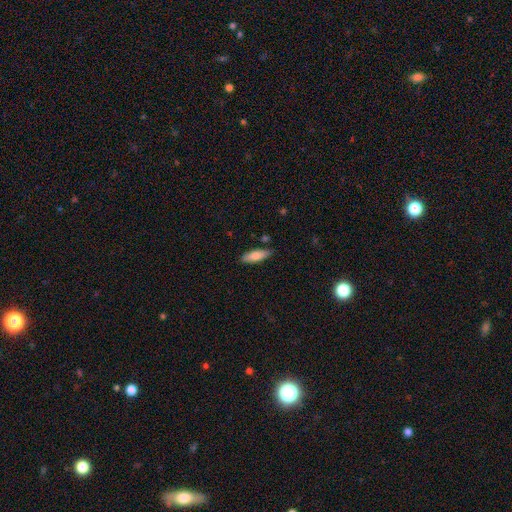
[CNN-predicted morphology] Q: Smooth or featured?
A: smooth (79%); runner-up: featured or disk (15%)
Q: How rounded?
A: in between (59%); runner-up: cigar-shaped (39%)
Q: Merging?
A: none (83%); runner-up: minor disturbance (12%)